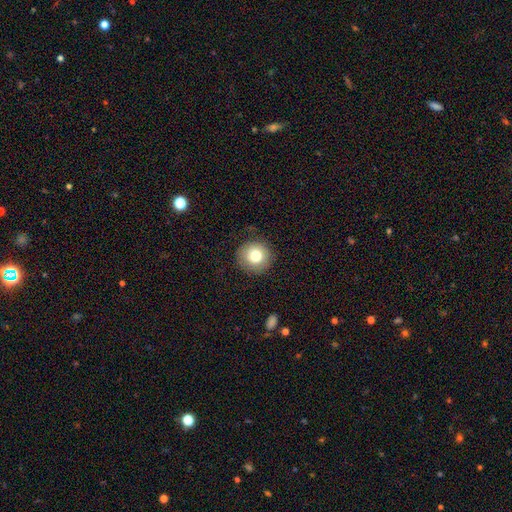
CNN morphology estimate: This is likely a smooth galaxy (77%). How rounded: clearly round (94%). Merging: clearly none (86%).